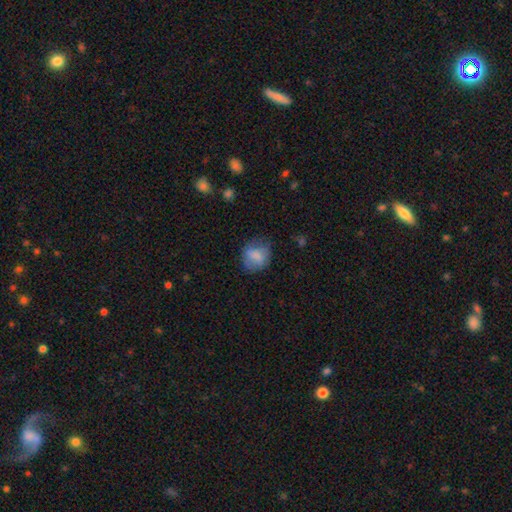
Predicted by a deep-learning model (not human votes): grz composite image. It shows a smooth galaxy with no disk features (73%) that is round (63%). Merging: none (61%).